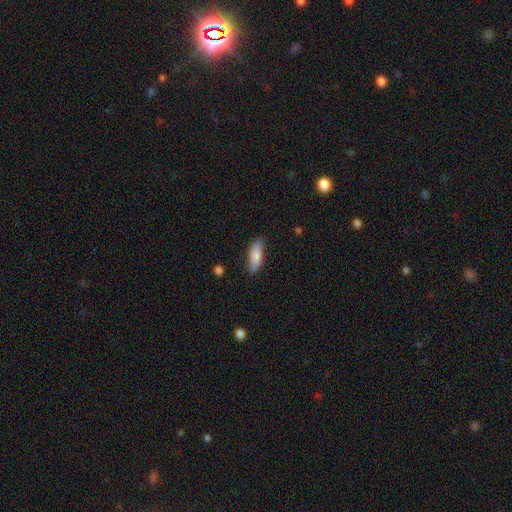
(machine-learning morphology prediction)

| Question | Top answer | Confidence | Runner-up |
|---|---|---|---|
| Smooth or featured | smooth | 81% | featured or disk (14%) |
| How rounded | in between | 60% | cigar-shaped (38%) |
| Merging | none | 82% | minor disturbance (14%) |